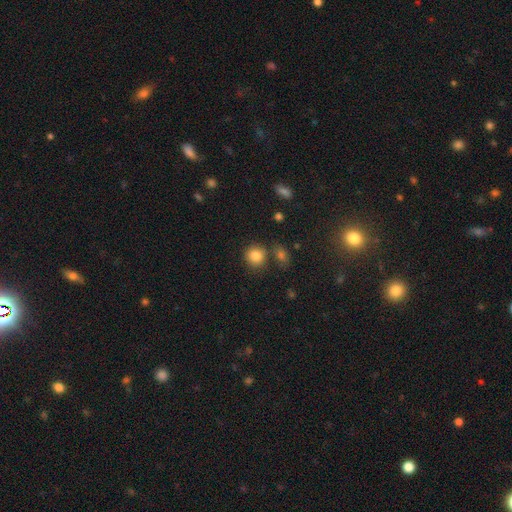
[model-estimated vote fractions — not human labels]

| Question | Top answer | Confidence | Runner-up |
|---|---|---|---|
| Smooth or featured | smooth | 83% | star or artifact (10%) |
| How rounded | round | 88% | in between (11%) |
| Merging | none | 74% | merger (11%) |